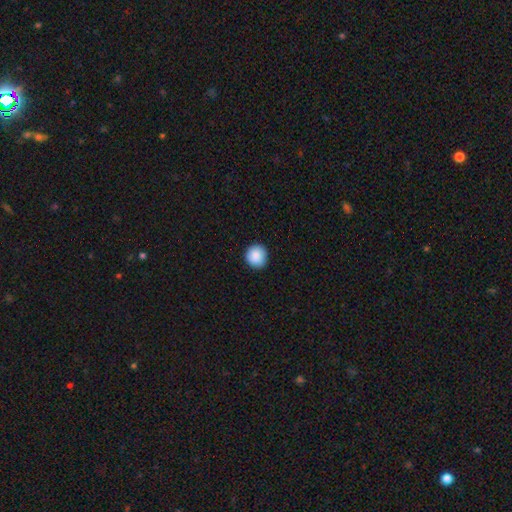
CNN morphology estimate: This appears to be a smooth galaxy with no disk features (88%) that is round (94%). Merging: none (91%).